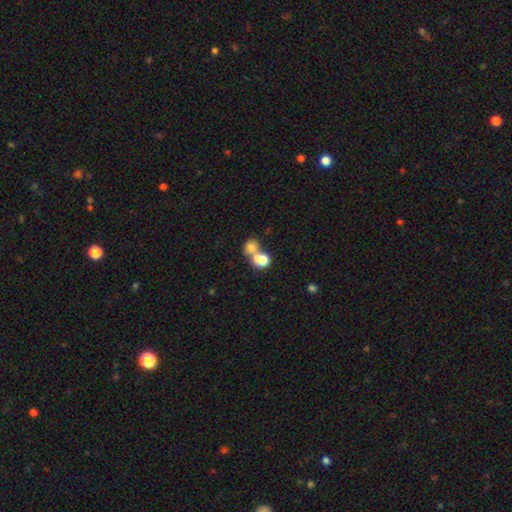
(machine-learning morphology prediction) This is likely a smooth galaxy (72%). How rounded: likely round (69%). Merging: likely merger (62%).